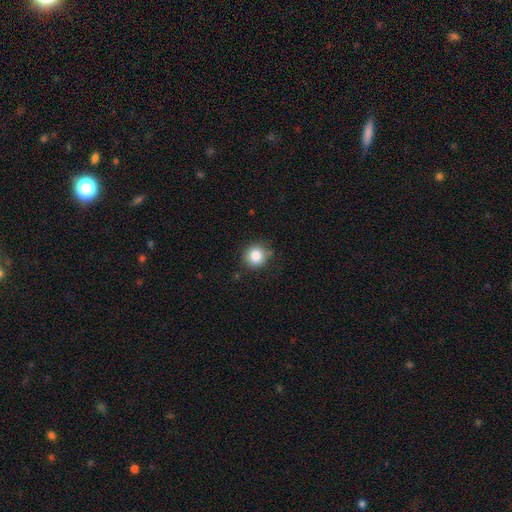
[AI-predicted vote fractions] Q: Smooth or featured?
A: smooth (86%); runner-up: star or artifact (10%)
Q: How rounded?
A: round (91%); runner-up: in between (9%)
Q: Merging?
A: none (80%); runner-up: minor disturbance (15%)